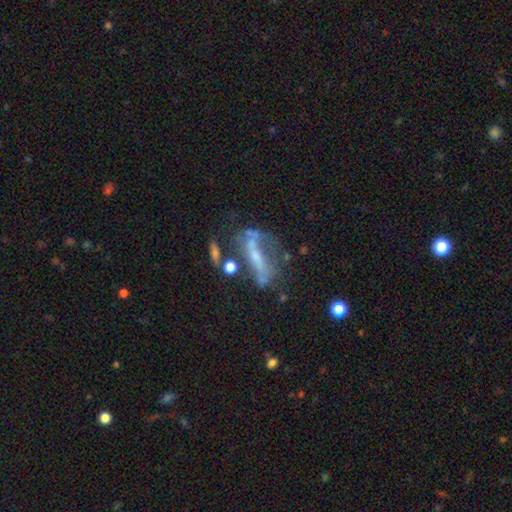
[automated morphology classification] The model was most divided on "merging": none: 35%, major disturbance: 29%, minor disturbance: 20%, merger: 16%. Remaining: edge-on disk — no (76%); smooth or featured — featured or disk (66%); spiral arms — yes (53%); bulge size — small (48%); bar — strong (41%).